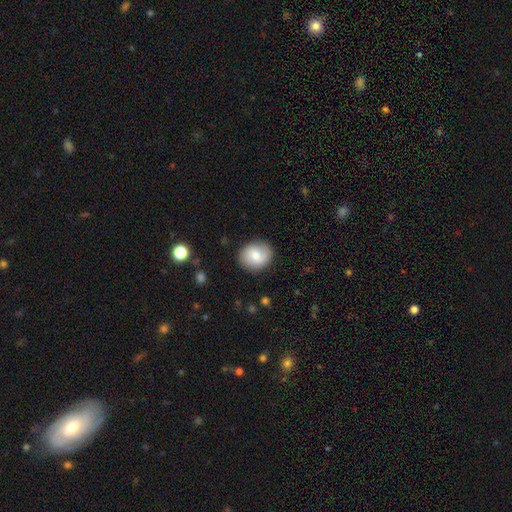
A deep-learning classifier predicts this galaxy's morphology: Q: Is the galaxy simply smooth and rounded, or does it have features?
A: smooth — 66%.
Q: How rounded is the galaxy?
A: round — 70%.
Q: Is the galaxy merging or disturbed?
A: none — 86%.